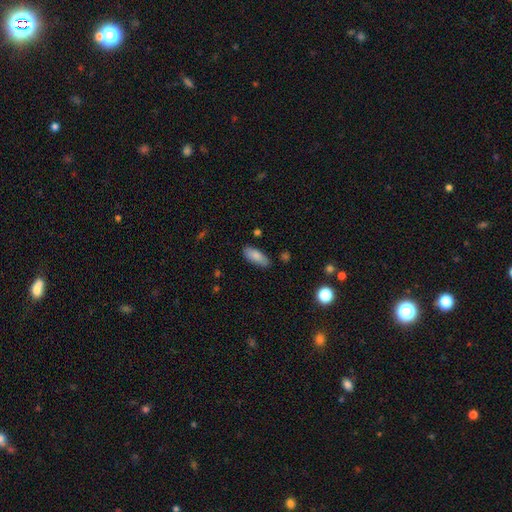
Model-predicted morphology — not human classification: Smooth or featured: smooth — 83% (featured or disk — 10%)
How rounded: in between — 80% (cigar-shaped — 18%)
Merging: none — 82% (minor disturbance — 14%)